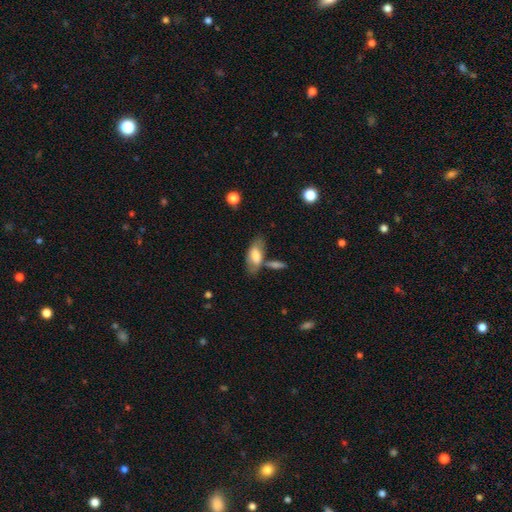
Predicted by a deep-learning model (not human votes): A smooth galaxy with no disk features (65%) that is in between round and cigar-shaped (85%). Merging: none (57%).